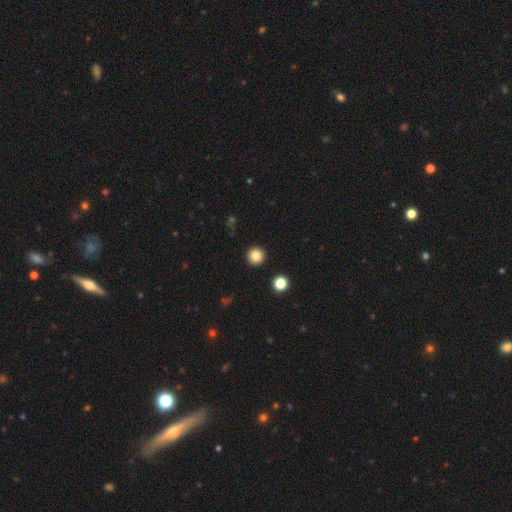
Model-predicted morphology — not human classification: Smooth or featured: smooth — 83% (star or artifact — 11%)
How rounded: round — 96% (in between — 3%)
Merging: none — 93% (minor disturbance — 4%)